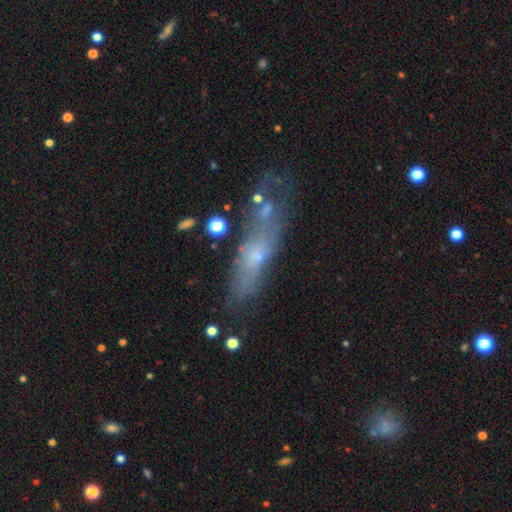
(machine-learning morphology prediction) smooth_or_featured: featured or disk (p=0.48) [alt: smooth p=0.40]
merging: none (p=0.52) [alt: minor disturbance p=0.24]